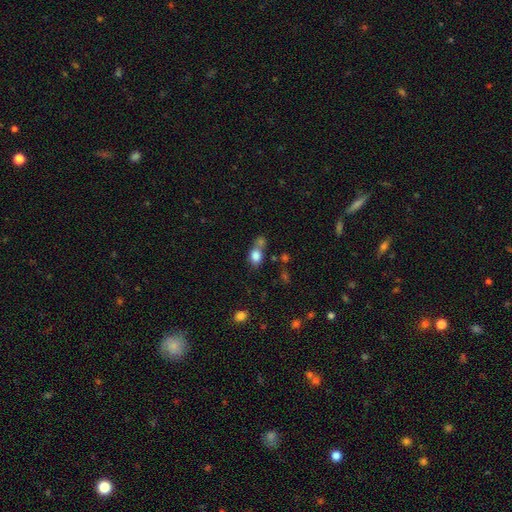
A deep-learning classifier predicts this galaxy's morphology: smooth 81%, star or artifact 10%, featured or disk 9%. Down the decision tree: how rounded — in between (64%); merging — merger (43%).